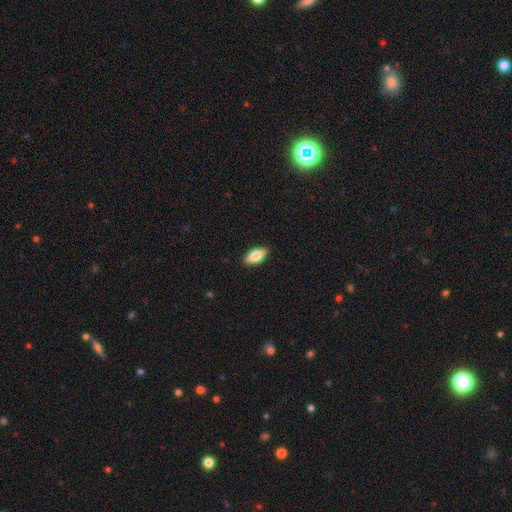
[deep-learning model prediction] This is likely a smooth galaxy (78%). How rounded: clearly in between (87%). Merging: clearly none (89%).